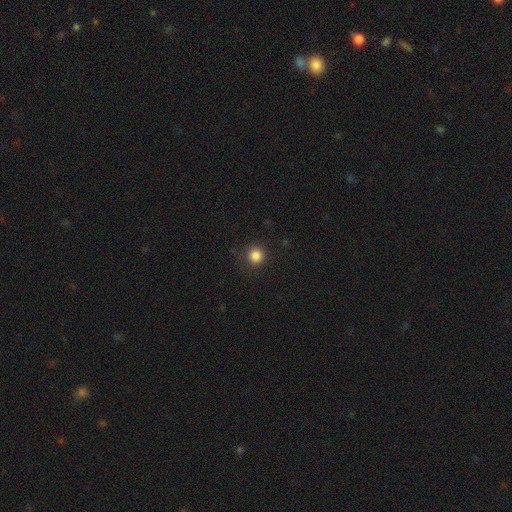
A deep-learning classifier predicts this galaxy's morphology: smooth 84%, star or artifact 12%, featured or disk 4%. Down the decision tree: how rounded — round (94%); merging — none (88%).